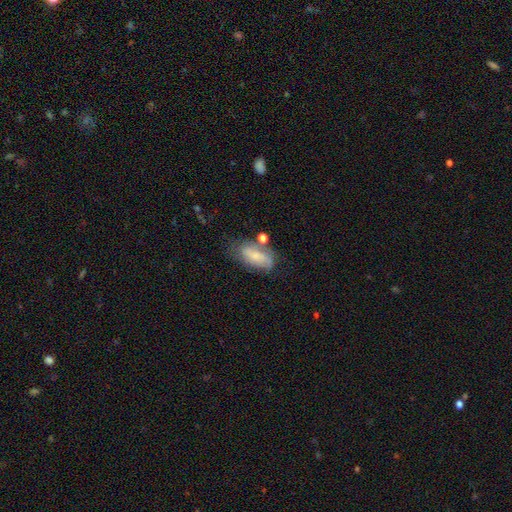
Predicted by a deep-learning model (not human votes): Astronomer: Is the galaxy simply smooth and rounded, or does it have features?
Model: smooth — 59%.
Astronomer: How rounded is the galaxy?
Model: in between — 87%.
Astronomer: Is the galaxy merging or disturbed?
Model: none — 51%.